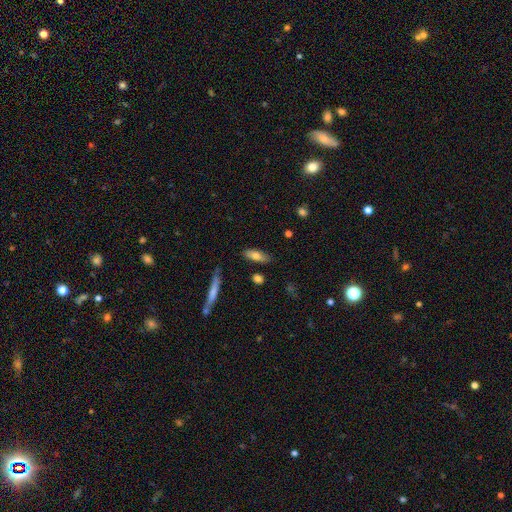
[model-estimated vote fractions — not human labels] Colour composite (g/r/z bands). It shows a smooth galaxy with no disk features (68%) that is in between round and cigar-shaped (54%). Merging: none (80%).